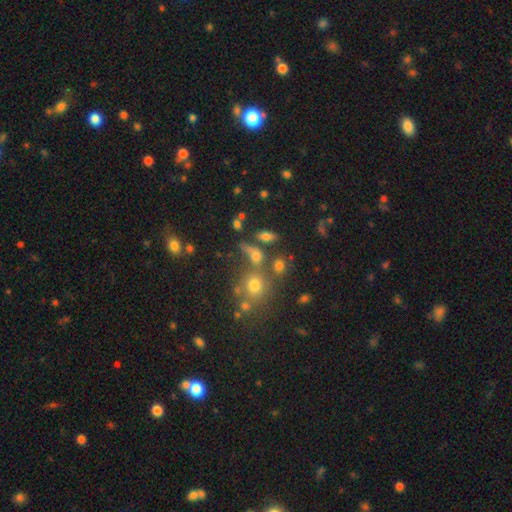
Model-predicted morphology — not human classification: The model was most divided on "how rounded": in between: 54%, round: 31%, cigar-shaped: 15%. More confident: smooth or featured — smooth (65%); merging — none (52%).